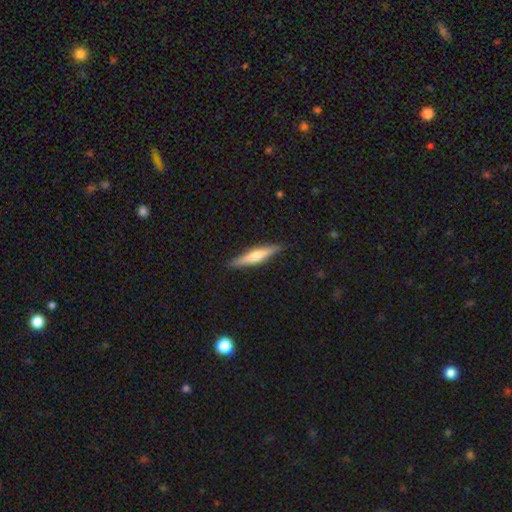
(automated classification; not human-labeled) Smooth or featured?
  - featured or disk: 50% *
  - smooth: 45%
  - star or artifact: 6%
Merging?
  - none: 90% *
  - minor disturbance: 7%
  - major disturbance: 2%
  - merger: 1%